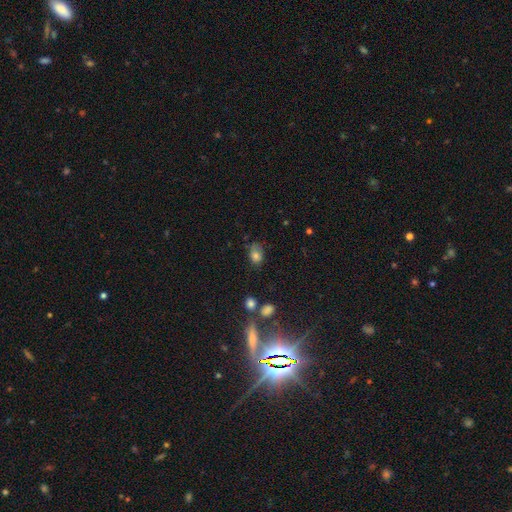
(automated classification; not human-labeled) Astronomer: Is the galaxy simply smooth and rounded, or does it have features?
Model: smooth — 73%.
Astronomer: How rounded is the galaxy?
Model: in between — 74%.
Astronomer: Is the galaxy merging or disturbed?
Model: none — 51% (runner-up: minor disturbance, 32%).